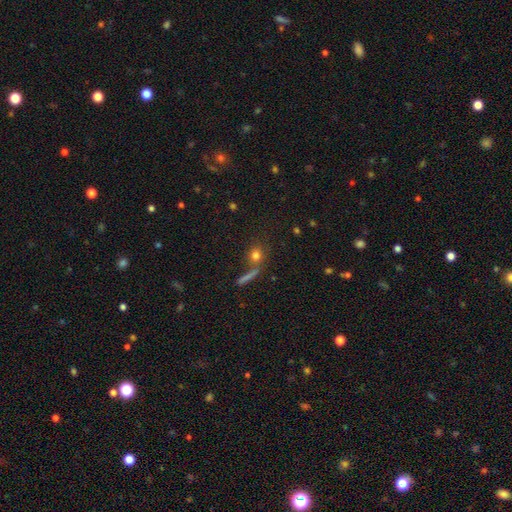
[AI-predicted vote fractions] The model was most divided on "merging": none: 67%, merger: 17%, minor disturbance: 10%, major disturbance: 6%. More confident: smooth or featured — smooth (74%); how rounded — round (71%).